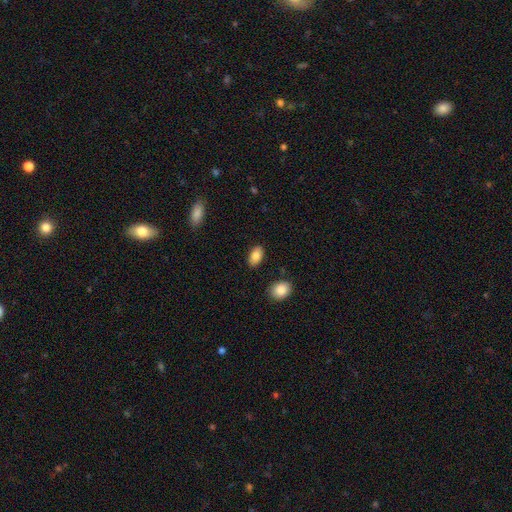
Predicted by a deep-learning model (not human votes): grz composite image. It shows a smooth galaxy with no disk features (86%) that is in between round and cigar-shaped (93%). Merging: none (87%).